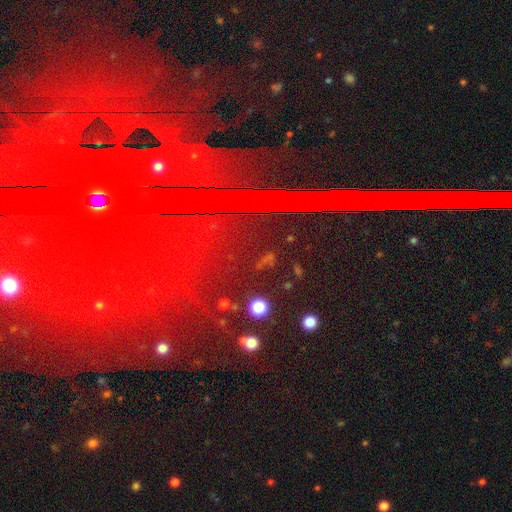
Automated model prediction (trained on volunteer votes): This appears to be a star or artifact, not a galaxy (75%).